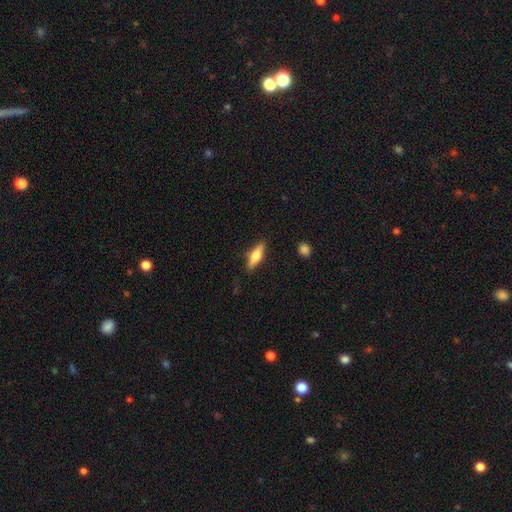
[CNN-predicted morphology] smooth_or_featured: smooth (p=0.61) [alt: featured or disk p=0.32]
how_rounded: cigar-shaped (p=0.51) [alt: in between p=0.47]
merging: none (p=0.85) [alt: minor disturbance p=0.11]